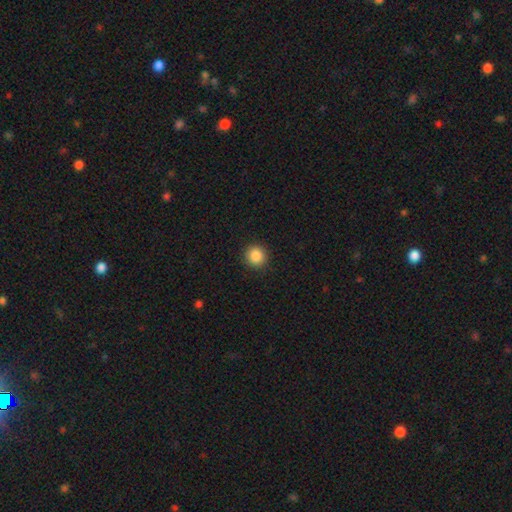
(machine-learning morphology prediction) smooth-or-featured: smooth: 87% | star or artifact: 10% | featured or disk: 3%
  how-rounded: round: 93% | in between: 6% | cigar-shaped: 1%
  merging: none: 91% | minor disturbance: 6% | major disturbance: 2% | merger: 1%